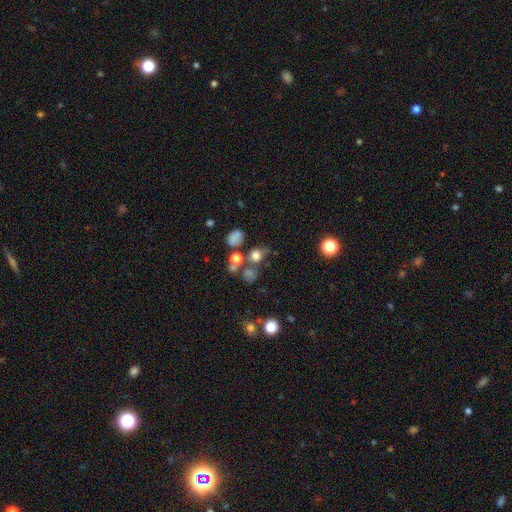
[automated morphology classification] Overall: smooth (71%). How rounded: round (74%). Merging: none (56%; merger 21%).